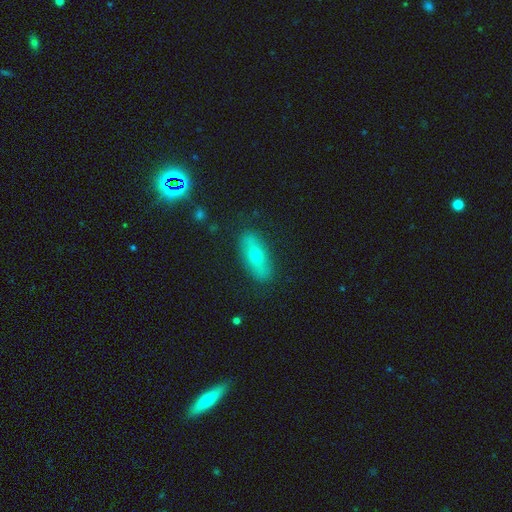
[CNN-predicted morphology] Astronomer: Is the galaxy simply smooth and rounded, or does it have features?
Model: smooth — 52% (runner-up: featured or disk, 39%).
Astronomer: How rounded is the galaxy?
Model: in between — 70%.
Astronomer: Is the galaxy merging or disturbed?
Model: none — 86%.